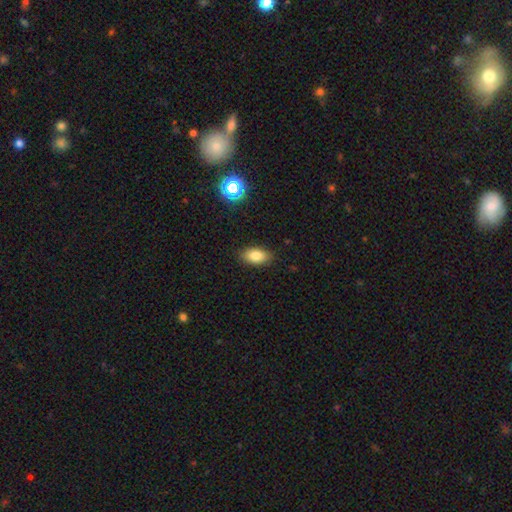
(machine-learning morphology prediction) Smooth or featured: smooth — 82% (star or artifact — 10%)
How rounded: in between — 91% (round — 6%)
Merging: none — 87% (minor disturbance — 10%)